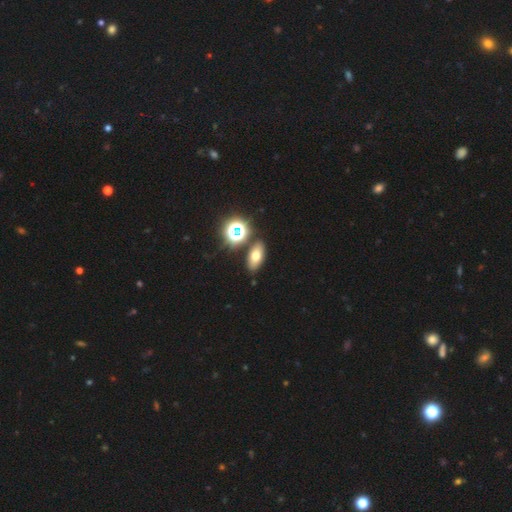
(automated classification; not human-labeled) This is likely a smooth galaxy (63%). How rounded: likely in between (78%). Merging: clearly none (83%).